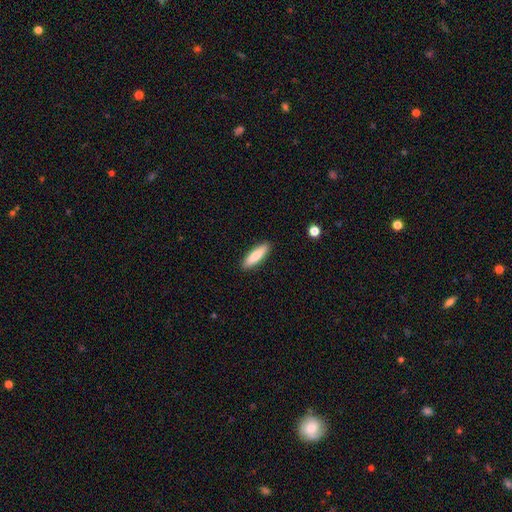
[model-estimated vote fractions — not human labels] Smooth or featured? smooth (79%)
How rounded? cigar-shaped (69%)
Merging? none (90%)